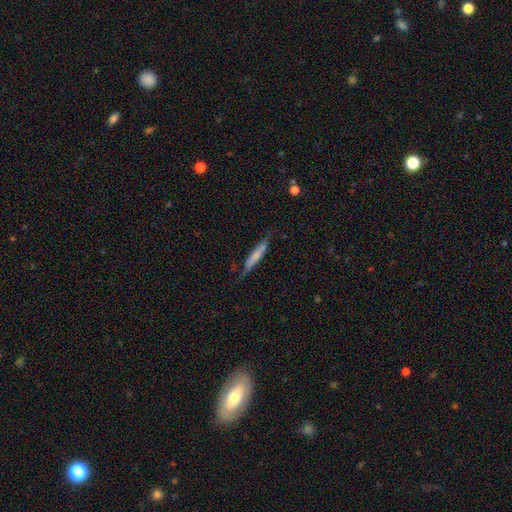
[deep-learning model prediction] smooth_or_featured: smooth (p=0.55) [alt: featured or disk p=0.38]
how_rounded: cigar-shaped (p=0.88) [alt: in between p=0.10]
merging: none (p=0.65) [alt: minor disturbance p=0.25]